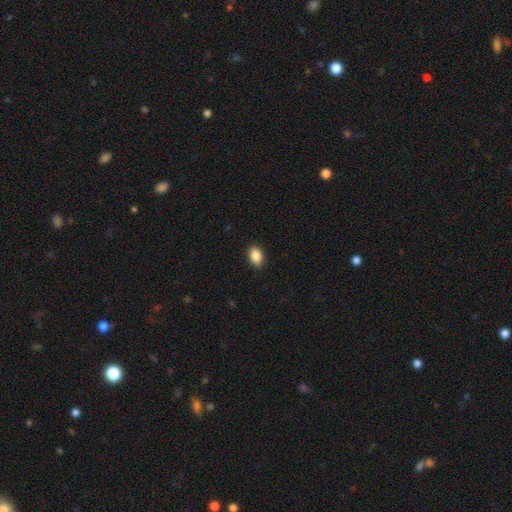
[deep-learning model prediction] Morphology: type=smooth (88%); roundness=in between (89%); merging=none (85%).